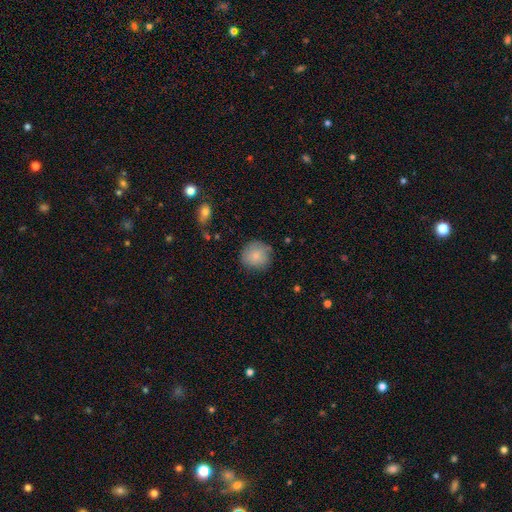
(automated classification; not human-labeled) smooth_or_featured: smooth (p=0.82) [alt: featured or disk p=0.11]
how_rounded: round (p=0.90) [alt: in between p=0.09]
merging: none (p=0.78) [alt: minor disturbance p=0.17]